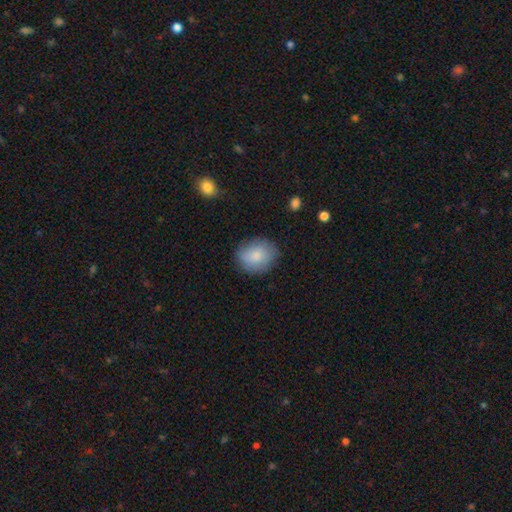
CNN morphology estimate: This is clearly a smooth galaxy (83%). How rounded: possibly round (59%). Merging: likely none (79%).